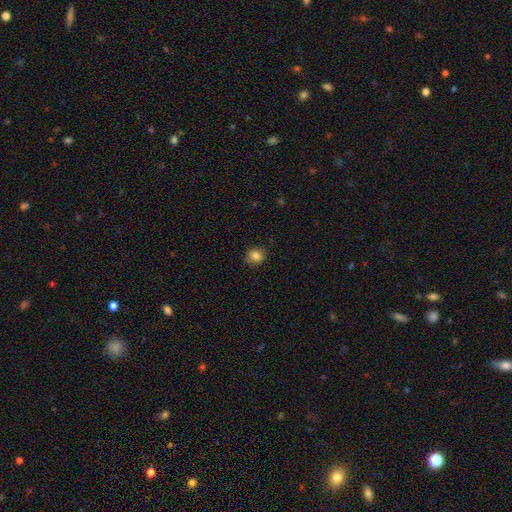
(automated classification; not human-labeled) Morphology: type=smooth (82%); roundness=round (75%); merging=none (81%).